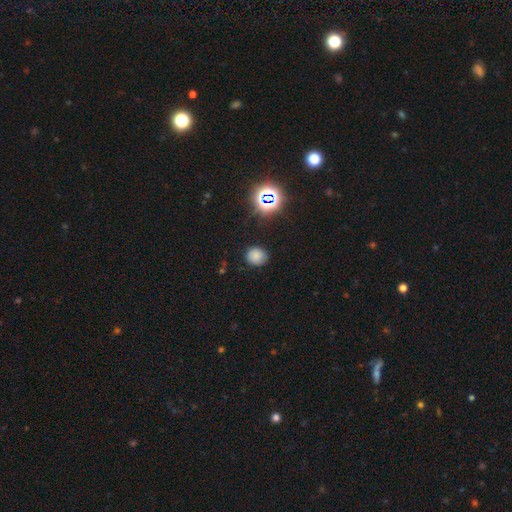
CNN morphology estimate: This is likely a smooth galaxy (76%). How rounded: likely round (79%). Merging: clearly none (82%).